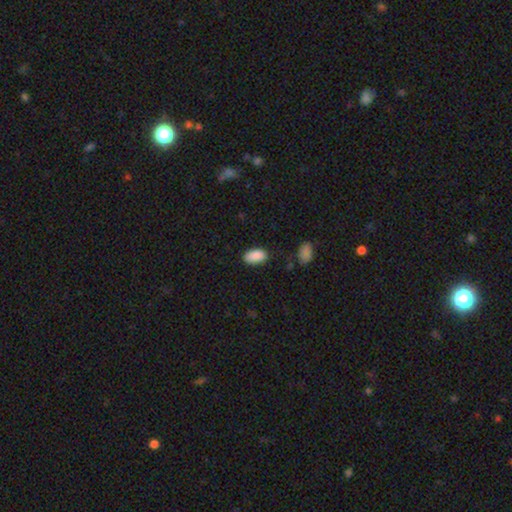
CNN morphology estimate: Smooth or featured? Predicted: smooth (p=0.89). How rounded? Predicted: in between (p=0.94). Merging? Predicted: none (p=0.80).